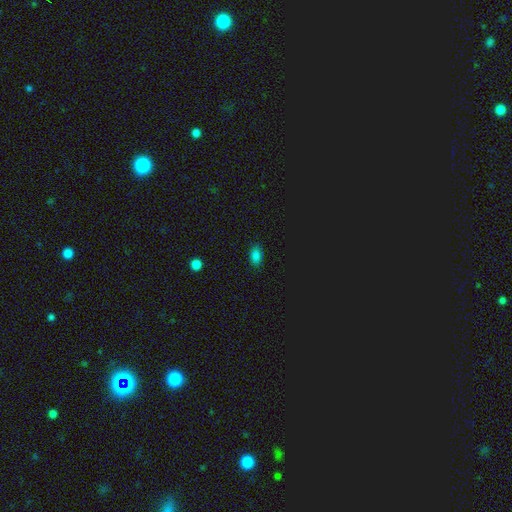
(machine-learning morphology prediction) This appears to be a smooth galaxy with no disk features (78%) that is in between round and cigar-shaped (89%). Merging: none (85%).